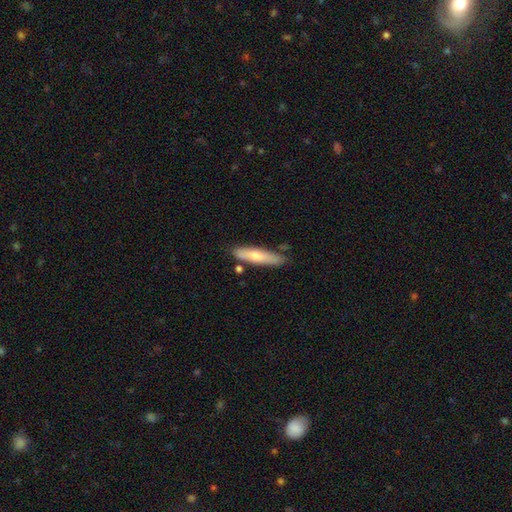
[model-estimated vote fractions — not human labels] Smooth or featured? Predicted: smooth (p=0.66). How rounded? Predicted: cigar-shaped (p=0.79). Merging? Predicted: none (p=0.76).